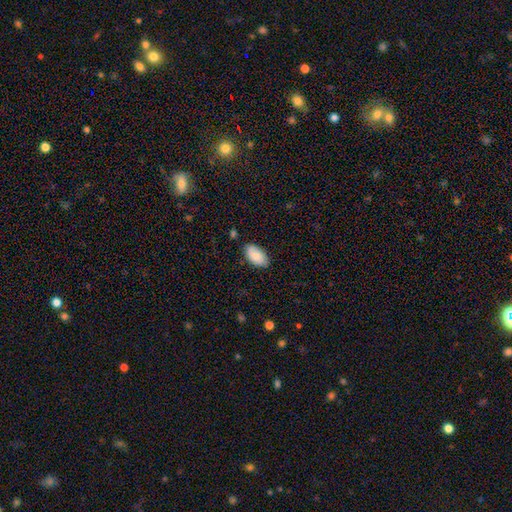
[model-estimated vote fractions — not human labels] Smooth or featured: smooth — 83% (featured or disk — 10%)
How rounded: in between — 95% (round — 3%)
Merging: none — 81% (minor disturbance — 15%)